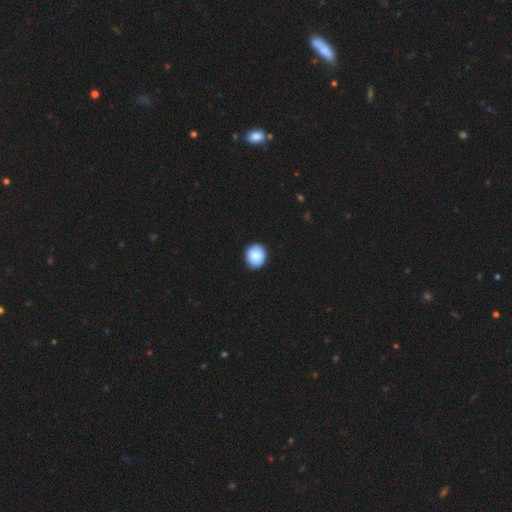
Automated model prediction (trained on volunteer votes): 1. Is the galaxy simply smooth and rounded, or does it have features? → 85% smooth, 8% featured or disk, 7% star or artifact.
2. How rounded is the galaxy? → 83% round, 16% in between, 1% cigar-shaped.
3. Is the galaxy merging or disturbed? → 89% none, 8% minor disturbance, 2% major disturbance, 1% merger.